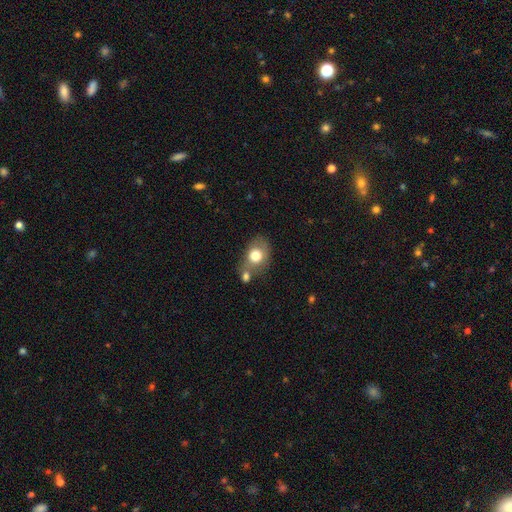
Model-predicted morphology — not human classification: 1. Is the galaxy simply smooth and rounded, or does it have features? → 74% smooth, 17% featured or disk, 9% star or artifact.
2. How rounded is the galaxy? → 57% in between, 42% round, 1% cigar-shaped.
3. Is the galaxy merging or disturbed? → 49% none, 27% merger, 17% minor disturbance, 7% major disturbance.